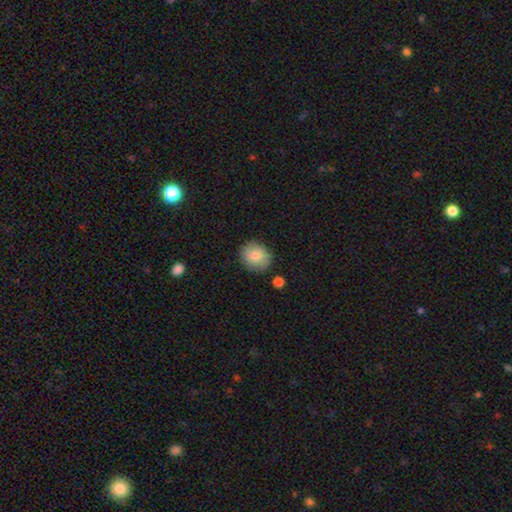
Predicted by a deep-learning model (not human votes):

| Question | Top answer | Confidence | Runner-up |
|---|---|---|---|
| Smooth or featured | smooth | 80% | featured or disk (13%) |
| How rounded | round | 76% | in between (24%) |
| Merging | none | 82% | minor disturbance (13%) |